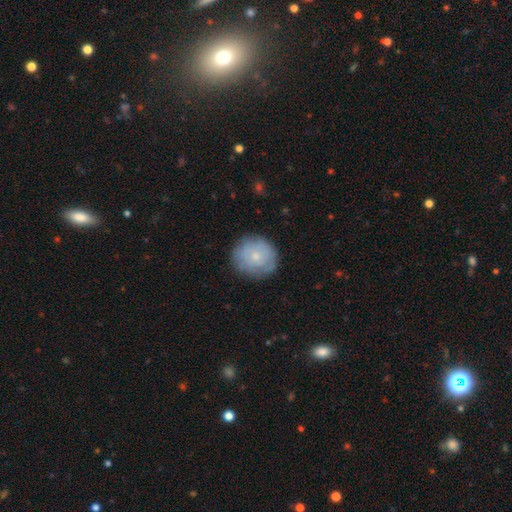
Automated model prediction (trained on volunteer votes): smooth_or_featured: smooth (p=0.66) [alt: featured or disk p=0.27]
how_rounded: round (p=0.87) [alt: in between p=0.12]
merging: none (p=0.80) [alt: minor disturbance p=0.15]